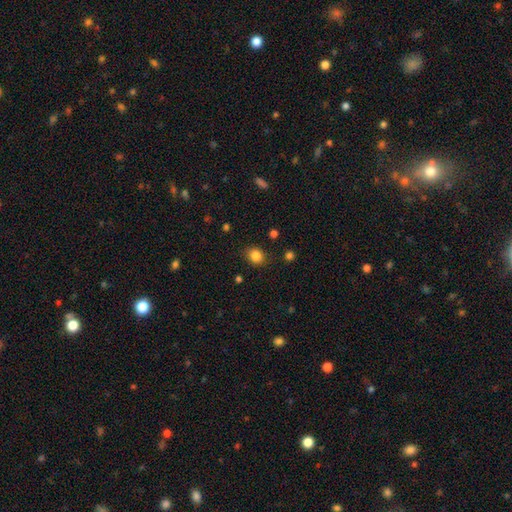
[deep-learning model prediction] This appears to be a smooth galaxy with no disk features (84%) that is round (64%). Merging: none (85%).